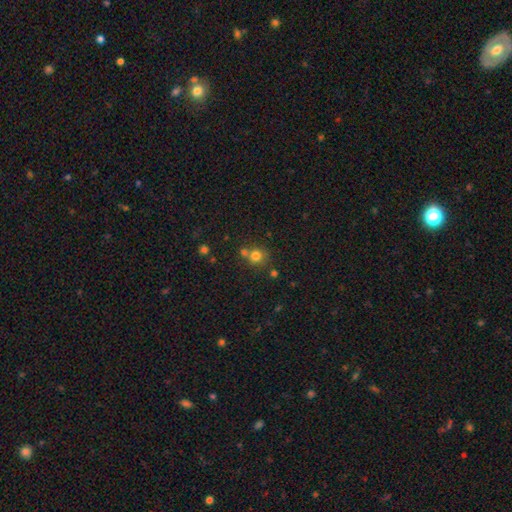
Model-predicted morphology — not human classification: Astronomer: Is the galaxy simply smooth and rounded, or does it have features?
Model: smooth — 77%.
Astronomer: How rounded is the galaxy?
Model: round — 87%.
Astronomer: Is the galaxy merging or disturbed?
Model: none — 58%.